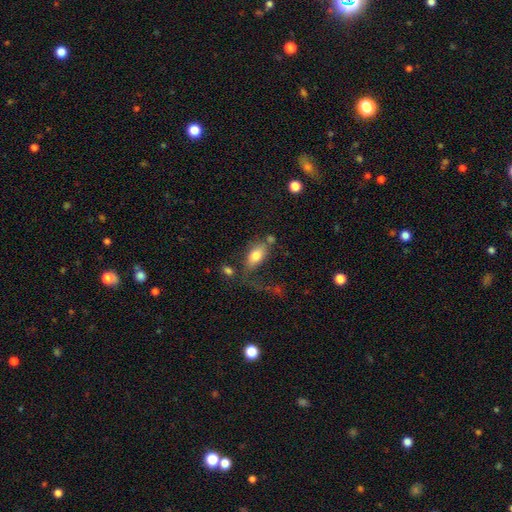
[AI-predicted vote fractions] Smooth or featured? smooth (76%)
How rounded? in between (90%)
Merging? none (44%)